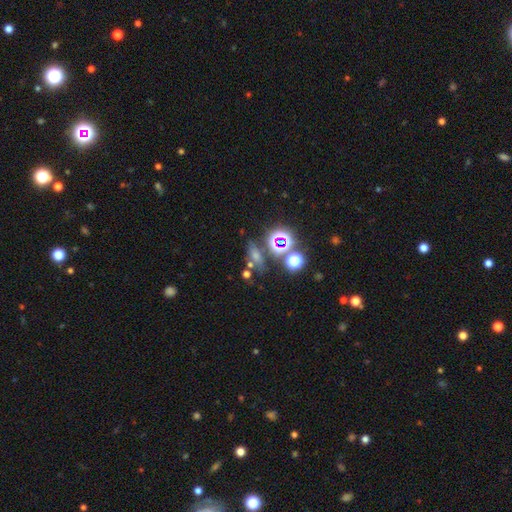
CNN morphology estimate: This is possibly a star or artifact rather than a galaxy (56%).